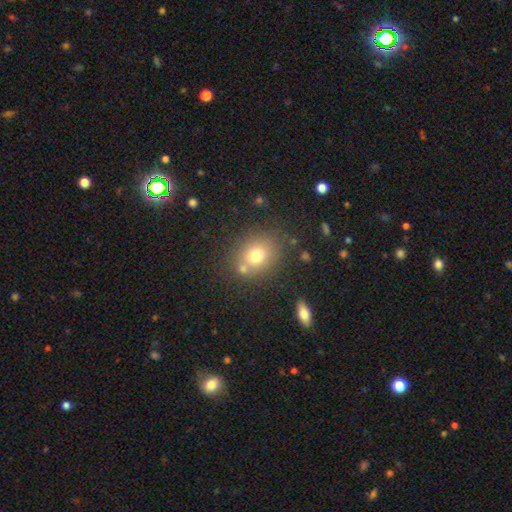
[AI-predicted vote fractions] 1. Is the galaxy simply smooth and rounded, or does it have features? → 73% smooth, 14% star or artifact, 14% featured or disk.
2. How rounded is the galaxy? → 64% round, 35% in between, 1% cigar-shaped.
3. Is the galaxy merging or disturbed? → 71% none, 14% merger, 11% minor disturbance, 4% major disturbance.